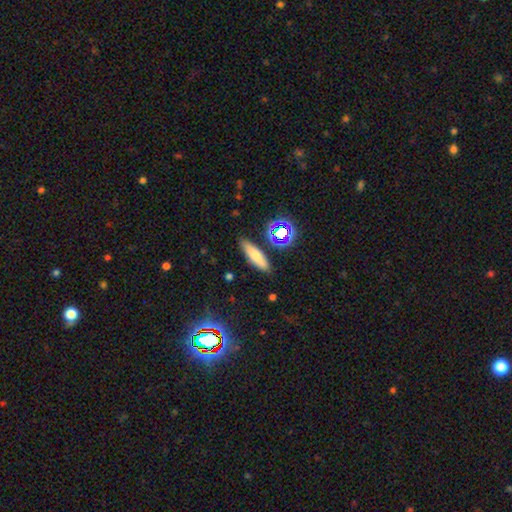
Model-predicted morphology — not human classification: This appears to be a smooth galaxy with no disk features (69%) that is cigar-shaped (54%). Merging: none (84%).